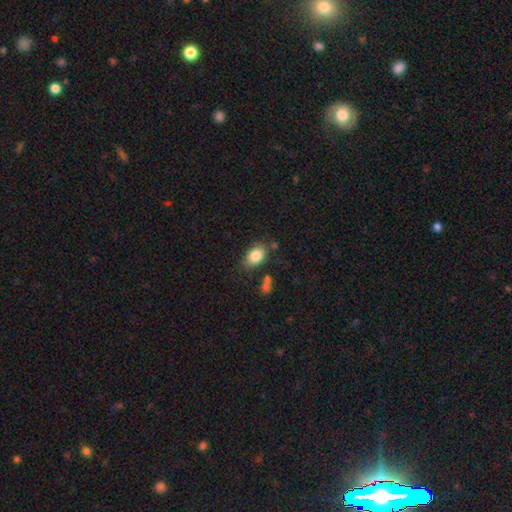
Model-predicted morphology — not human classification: type=smooth (83%); roundness=in between (84%); merging=none (71%).